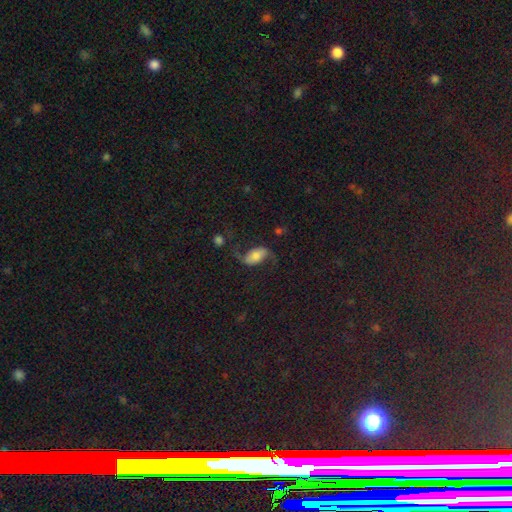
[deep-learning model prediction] Smooth or featured?
  - featured or disk: 63% *
  - smooth: 28%
  - star or artifact: 9%
Edge-on disk?
  - no: 94% *
  - yes: 6%
Bar?
  - no: 45% *
  - weak: 32%
  - strong: 23%
Spiral arms?
  - yes: 91% *
  - no: 9%
Spiral winding?
  - loose: 81% *
  - medium: 15%
  - tight: 4%
Spiral arm count?
  - 2: 92% *
  - 1: 3%
  - can't tell: 2%
  - 3: 1%
  - 4: 1%
  - more than 4: 1%
Bulge size?
  - moderate: 39% *
  - small: 24%
  - large: 23%
  - none: 7%
  - dominant: 7%
Merging?
  - none: 61% *
  - major disturbance: 19%
  - minor disturbance: 17%
  - merger: 3%